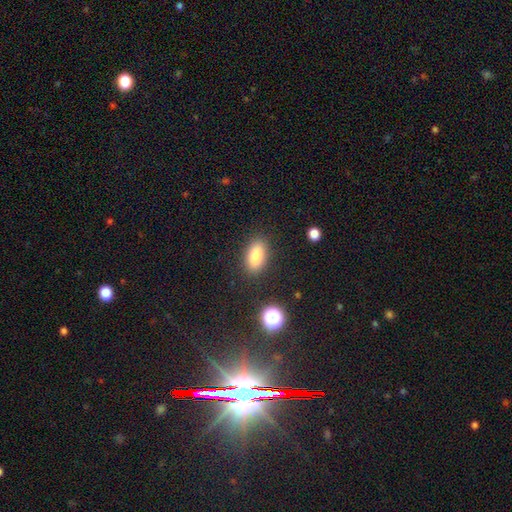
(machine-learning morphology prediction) smooth 84%, star or artifact 9%, featured or disk 7%. Down the decision tree: how rounded — in between (88%); merging — none (87%).